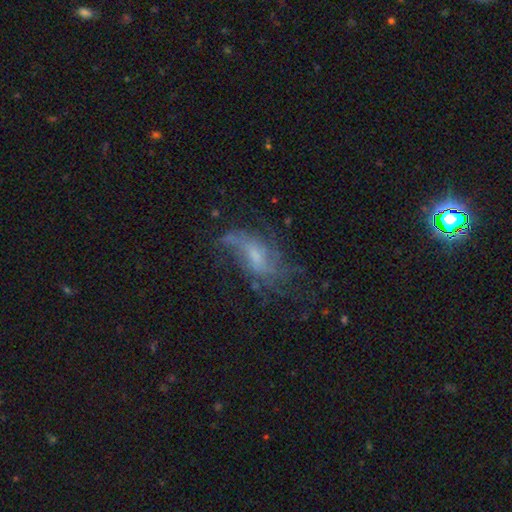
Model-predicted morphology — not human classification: A featured or disk galaxy (68%) with no bar (50%), spiral arms (77%) and a small central bulge (50%). Merging: none (50%).